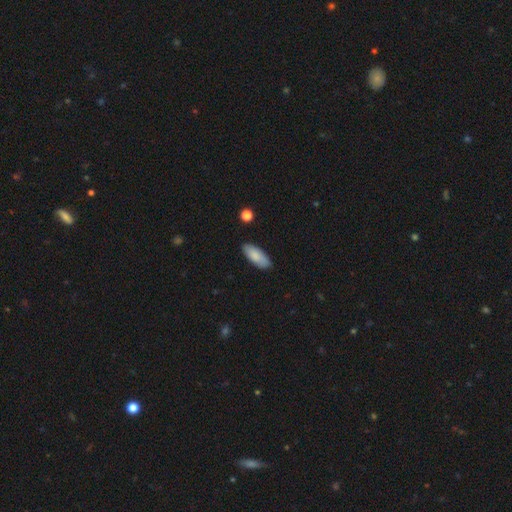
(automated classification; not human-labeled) smooth-or-featured: smooth: 85% | featured or disk: 10% | star or artifact: 6%
  how-rounded: in between: 82% | cigar-shaped: 16% | round: 2%
  merging: none: 86% | minor disturbance: 11% | major disturbance: 2% | merger: 1%